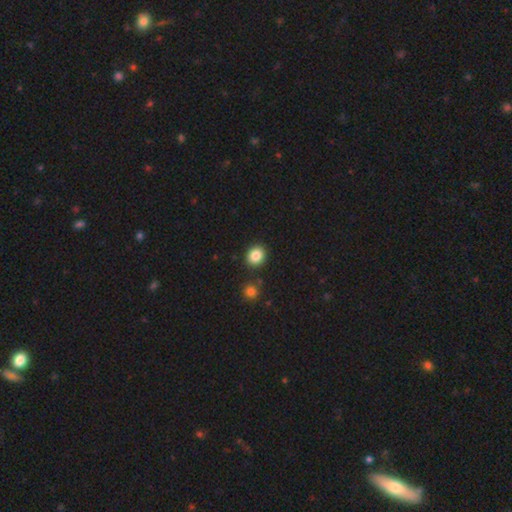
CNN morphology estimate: Smooth or featured? smooth (86%)
How rounded? round (66%)
Merging? none (87%)